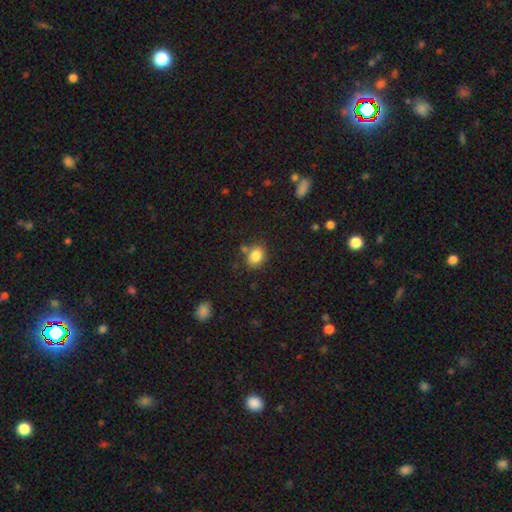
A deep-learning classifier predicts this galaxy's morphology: smooth_or_featured: smooth (p=0.84) [alt: star or artifact p=0.10]
how_rounded: round (p=0.50) [alt: in between p=0.49]
merging: none (p=0.72) [alt: minor disturbance p=0.14]